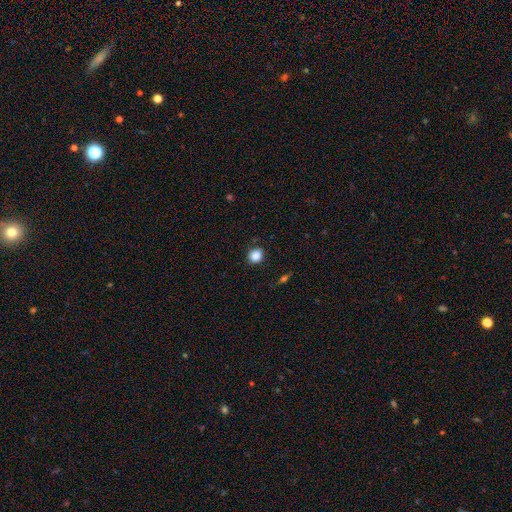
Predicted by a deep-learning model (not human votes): Smooth or featured: smooth — 87% (star or artifact — 10%)
How rounded: round — 70% (in between — 29%)
Merging: none — 85% (minor disturbance — 11%)